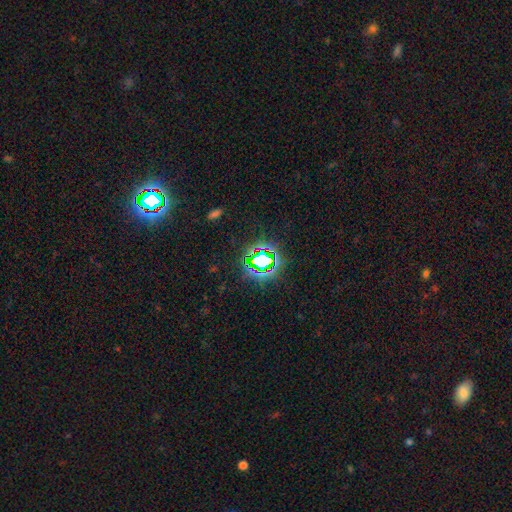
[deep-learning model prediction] The model was most divided on "smooth or featured": star or artifact: 78%, smooth: 14%, featured or disk: 8%.